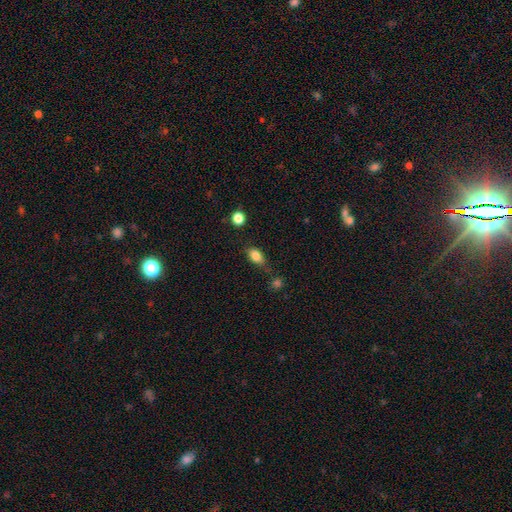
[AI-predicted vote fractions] The model was most divided on "merging": none: 66%, minor disturbance: 22%, merger: 6%, major disturbance: 6%. More confident: smooth or featured — smooth (84%); how rounded — in between (84%).